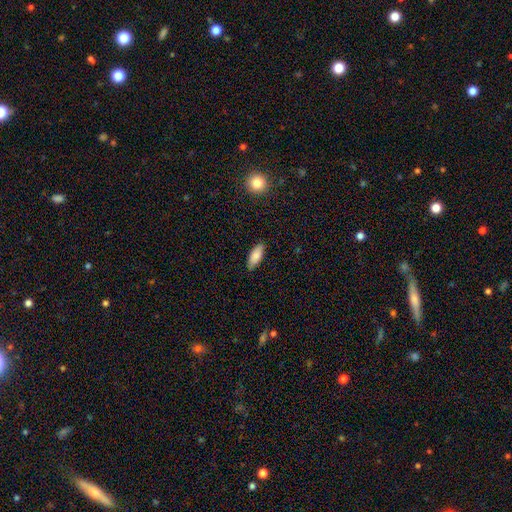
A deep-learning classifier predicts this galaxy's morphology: This is clearly a smooth galaxy (86%). How rounded: likely in between (79%). Merging: clearly none (86%).